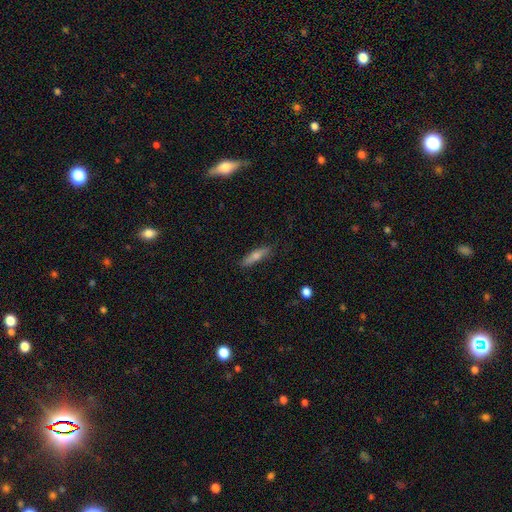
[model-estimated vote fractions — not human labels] Smooth or featured: smooth — 60% (featured or disk — 32%)
How rounded: cigar-shaped — 77% (in between — 21%)
Merging: none — 84% (minor disturbance — 12%)